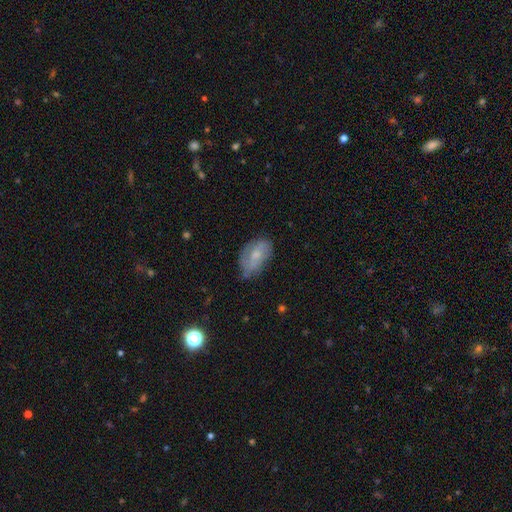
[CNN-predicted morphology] Overall: smooth (50%; featured or disk 42%). How rounded: in between (90%). Merging: none (62%; minor disturbance 27%).